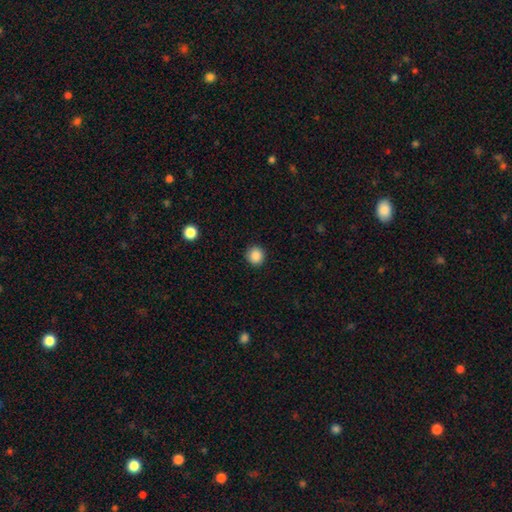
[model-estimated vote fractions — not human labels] Q: Smooth or featured?
A: smooth (87%); runner-up: star or artifact (10%)
Q: How rounded?
A: round (93%); runner-up: in between (6%)
Q: Merging?
A: none (91%); runner-up: minor disturbance (6%)